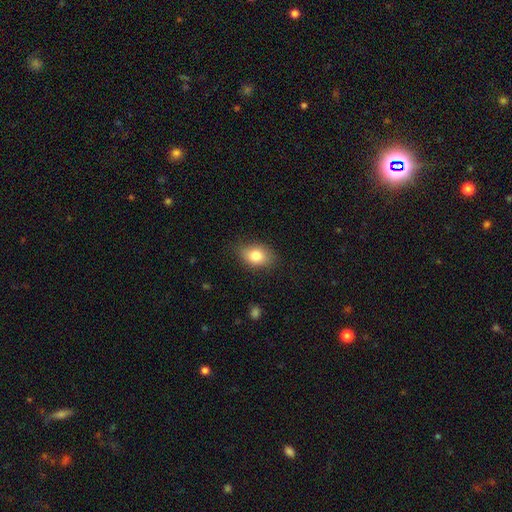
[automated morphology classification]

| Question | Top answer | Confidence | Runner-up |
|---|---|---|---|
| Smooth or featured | smooth | 80% | featured or disk (11%) |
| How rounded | in between | 78% | round (20%) |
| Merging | none | 78% | minor disturbance (17%) |